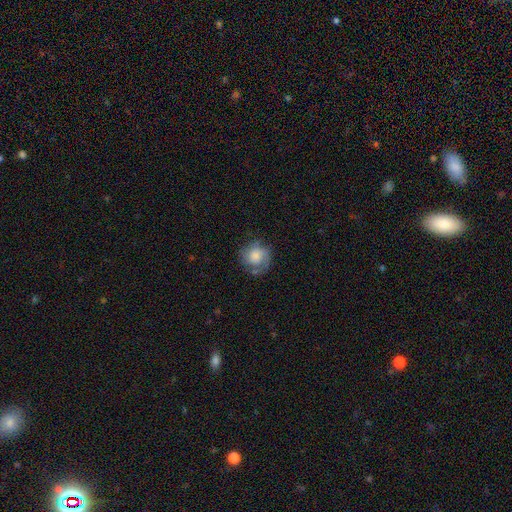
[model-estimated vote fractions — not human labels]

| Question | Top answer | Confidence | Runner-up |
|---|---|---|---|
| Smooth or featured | smooth | 53% | featured or disk (39%) |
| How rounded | round | 84% | in between (15%) |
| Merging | none | 60% | minor disturbance (23%) |